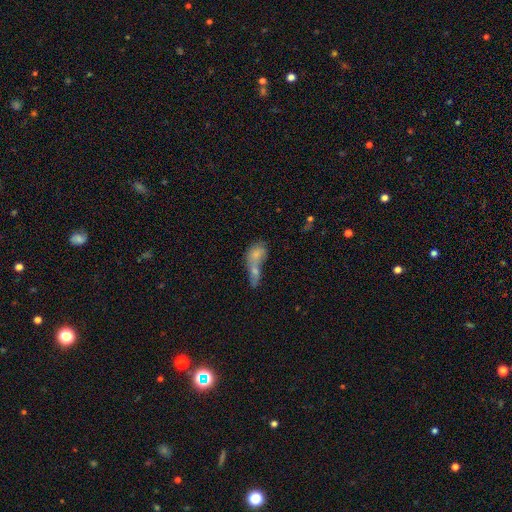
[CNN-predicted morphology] This appears to be a smooth galaxy with no disk features (69%) that is in between round and cigar-shaped (69%). Merging: merger (73%).